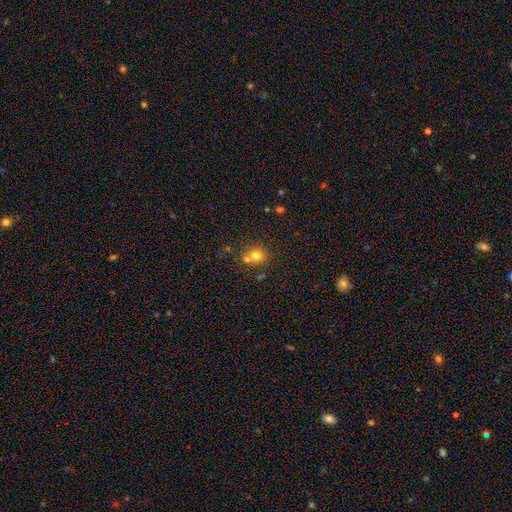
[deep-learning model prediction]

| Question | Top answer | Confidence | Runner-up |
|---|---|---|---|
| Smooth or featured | smooth | 75% | star or artifact (15%) |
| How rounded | round | 86% | in between (13%) |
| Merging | none | 58% | merger (30%) |